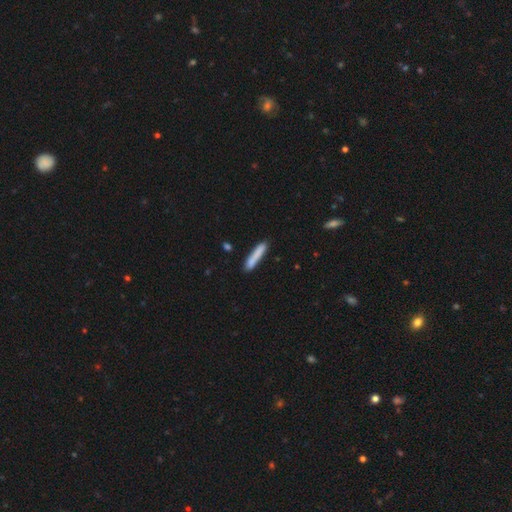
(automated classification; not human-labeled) Morphology: type=smooth (82%); roundness=cigar-shaped (92%); merging=none (83%).